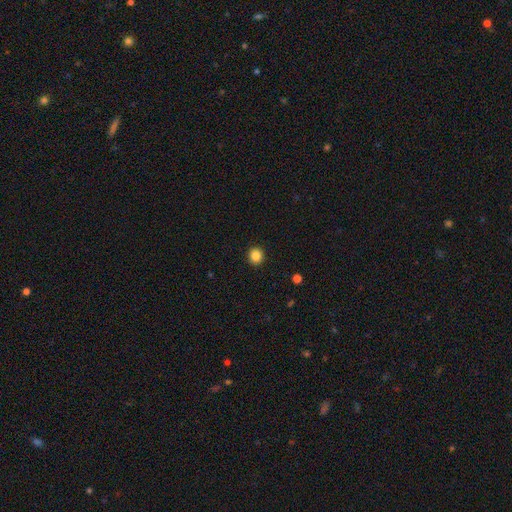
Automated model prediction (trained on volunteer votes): Q: Smooth or featured?
A: smooth (85%); runner-up: star or artifact (11%)
Q: How rounded?
A: round (91%); runner-up: in between (8%)
Q: Merging?
A: none (93%); runner-up: minor disturbance (4%)